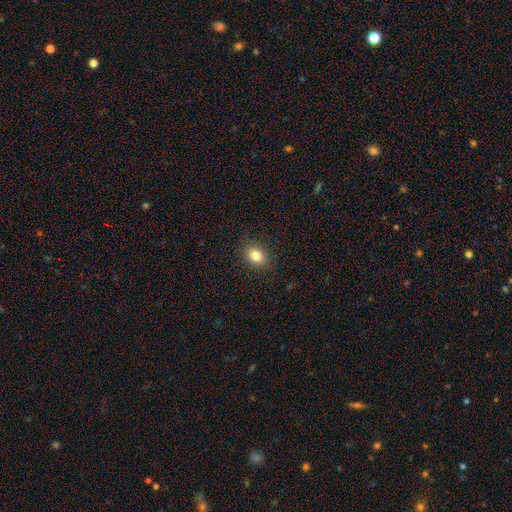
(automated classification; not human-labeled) This appears to be a smooth galaxy with no disk features (82%) that is in between round and cigar-shaped (53%). Merging: none (88%).